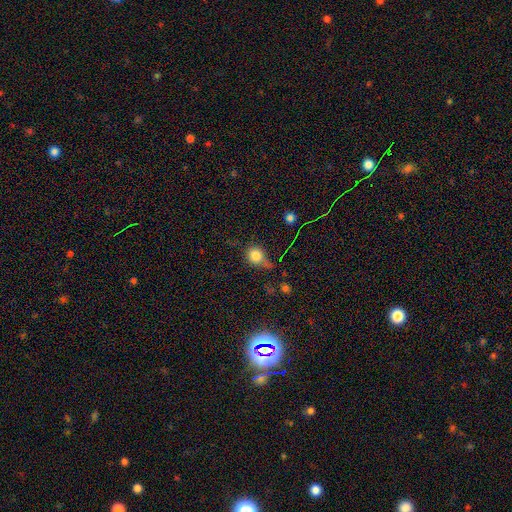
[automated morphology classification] Overall: smooth (78%). How rounded: round (77%). Merging: none (52%; minor disturbance 28%).